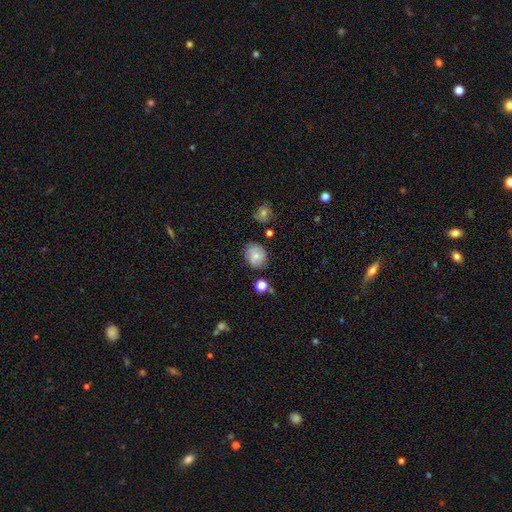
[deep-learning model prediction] Smooth or featured? Predicted: smooth (p=0.66). How rounded? Predicted: round (p=0.63). Merging? Predicted: none (p=0.75).